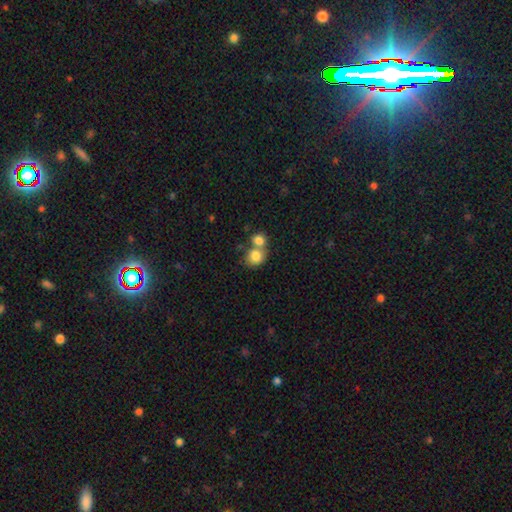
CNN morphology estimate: Smooth or featured?
  - smooth: 81% *
  - featured or disk: 11%
  - star or artifact: 9%
How rounded?
  - round: 68% *
  - in between: 31%
  - cigar-shaped: 1%
Merging?
  - merger: 59% *
  - none: 31%
  - minor disturbance: 7%
  - major disturbance: 3%